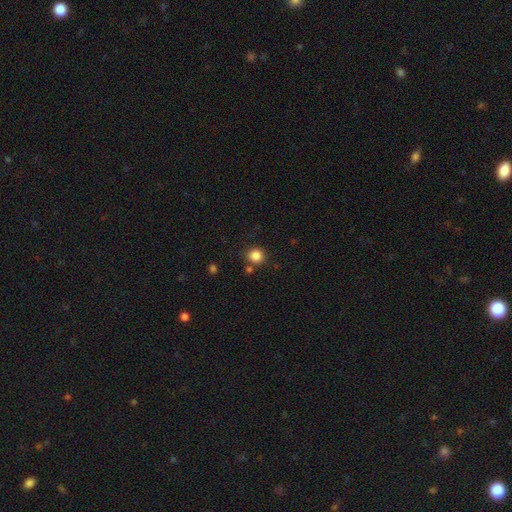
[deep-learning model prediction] The model was most divided on "merging": none: 80%, minor disturbance: 10%, merger: 7%, major disturbance: 3%. More confident: how rounded — round (88%); smooth or featured — smooth (85%).